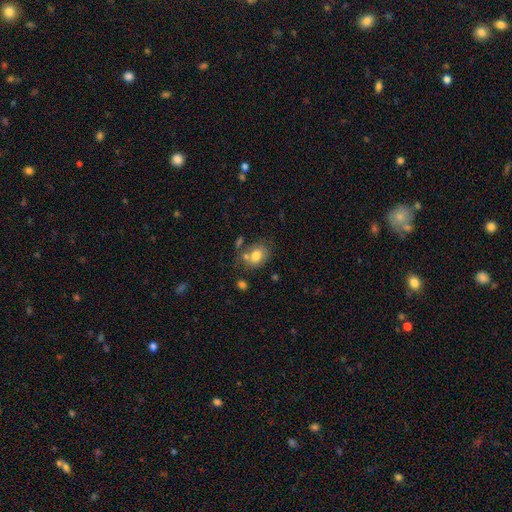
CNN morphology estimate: This is likely a smooth galaxy (76%). How rounded: likely in between (60%). Merging: possibly none (55%).